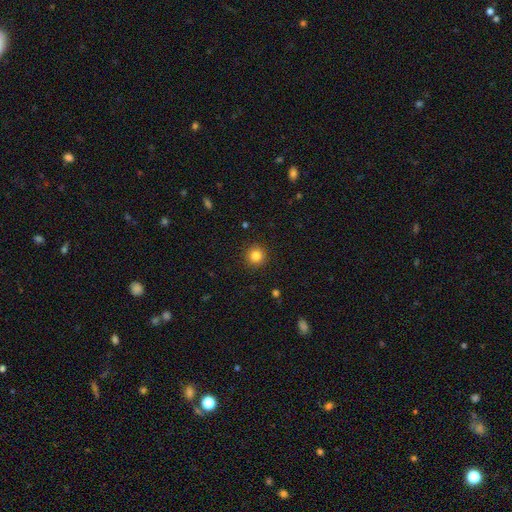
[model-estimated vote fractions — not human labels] The model was most divided on "smooth or featured": smooth: 84%, star or artifact: 11%, featured or disk: 5%. More confident: how rounded — round (95%); merging — none (92%).